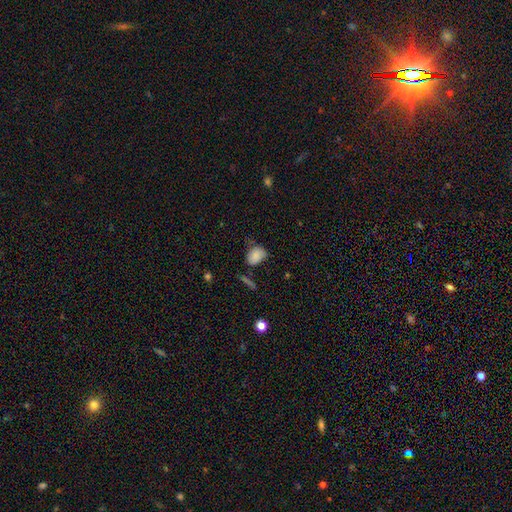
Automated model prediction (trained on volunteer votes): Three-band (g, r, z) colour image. It shows a smooth galaxy with no disk features (81%) that is in between round and cigar-shaped (69%). Merging: none (46%).